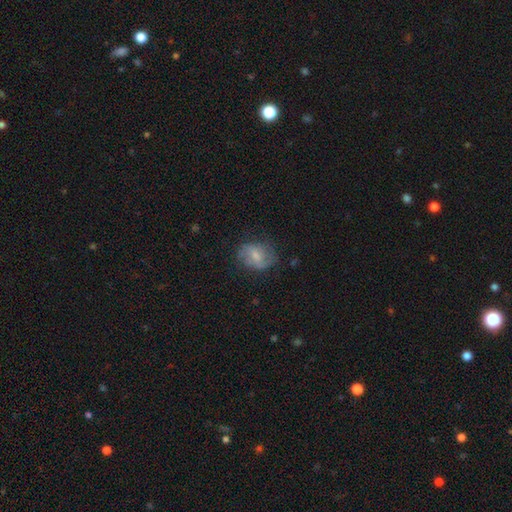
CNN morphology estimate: smooth_or_featured: featured or disk (p=0.51) [alt: smooth p=0.41]
disk_edge_on: no (p=0.97) [alt: yes p=0.03]
merging: none (p=0.66) [alt: minor disturbance p=0.23]